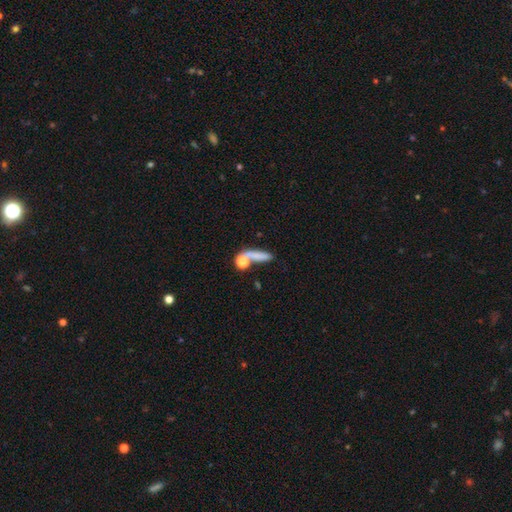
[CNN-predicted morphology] A smooth galaxy with no disk features (73%) that is cigar-shaped (52%).

Vote fractions:
- Smooth or featured? smooth: 73% / featured or disk: 15% / star or artifact: 12%
- How rounded? cigar-shaped: 52% / in between: 28% / round: 21%
- Merging? none: 52% / merger: 26% / minor disturbance: 13% / major disturbance: 9%